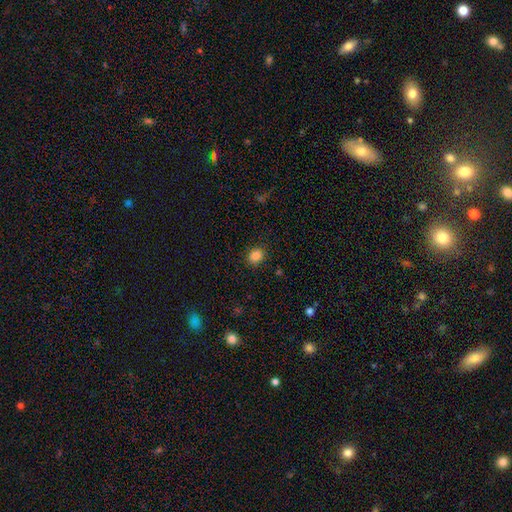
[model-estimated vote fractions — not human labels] smooth-or-featured: smooth: 86% | star or artifact: 11% | featured or disk: 3%
  how-rounded: in between: 51% | round: 48% | cigar-shaped: 1%
  merging: none: 88% | minor disturbance: 8% | major disturbance: 3% | merger: 1%